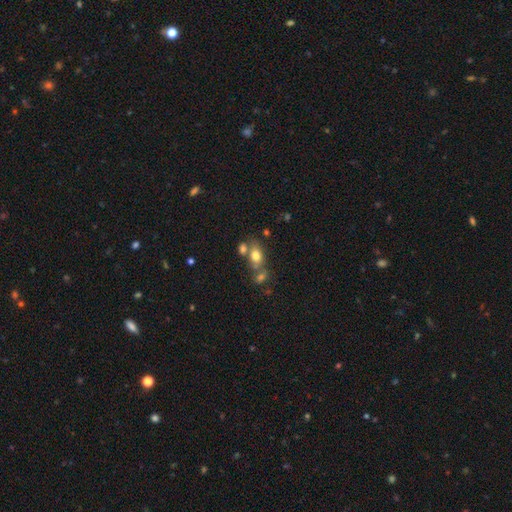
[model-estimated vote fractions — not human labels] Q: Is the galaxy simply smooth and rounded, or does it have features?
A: smooth — 73%.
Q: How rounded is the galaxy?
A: in between — 70%.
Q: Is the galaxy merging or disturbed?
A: none — 45%.